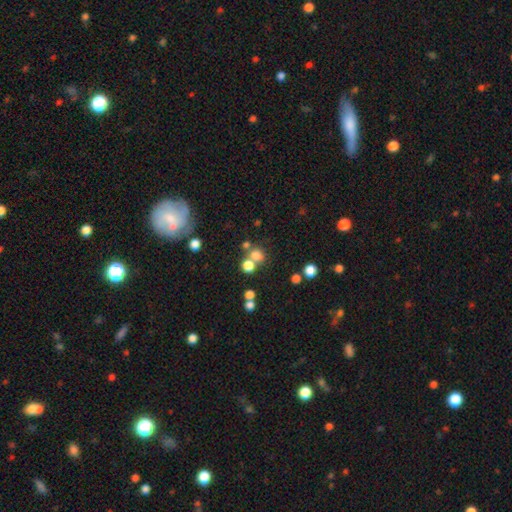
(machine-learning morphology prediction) Smooth or featured: smooth — 71% (star or artifact — 19%)
How rounded: round — 80% (in between — 19%)
Merging: none — 56% (merger — 31%)